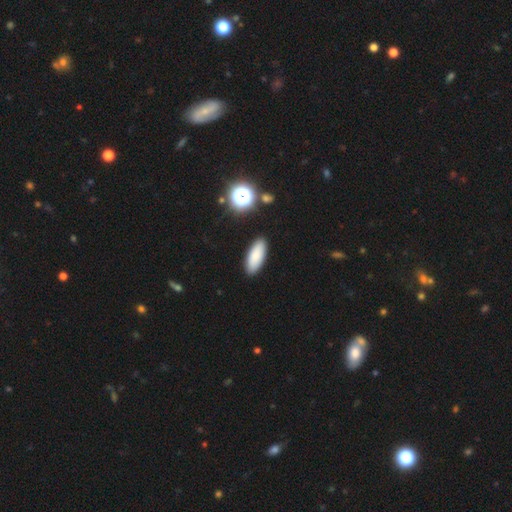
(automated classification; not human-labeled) smooth_or_featured: smooth (p=0.85) [alt: star or artifact p=0.08]
how_rounded: in between (p=0.78) [alt: cigar-shaped p=0.20]
merging: none (p=0.89) [alt: minor disturbance p=0.07]